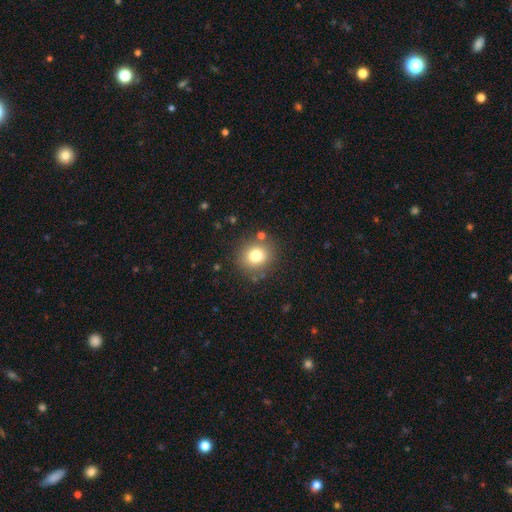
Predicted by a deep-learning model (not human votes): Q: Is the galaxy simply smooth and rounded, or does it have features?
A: smooth — 77%.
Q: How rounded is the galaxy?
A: round — 85%.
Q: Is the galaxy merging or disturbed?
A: none — 82%.